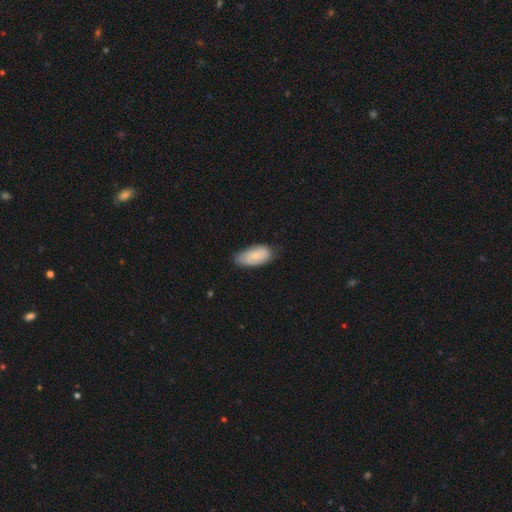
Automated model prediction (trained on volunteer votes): smooth 73%, featured or disk 21%, star or artifact 6%. Down the decision tree: how rounded — in between (92%); merging — none (64%).